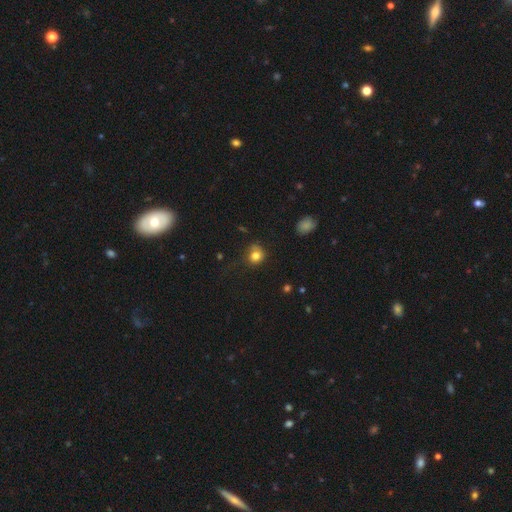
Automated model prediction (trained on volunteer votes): smooth 80%, star or artifact 12%, featured or disk 8%. Down the decision tree: how rounded — round (79%); merging — none (61%).